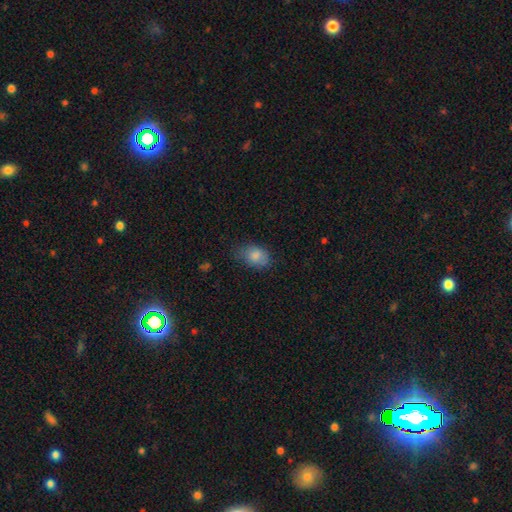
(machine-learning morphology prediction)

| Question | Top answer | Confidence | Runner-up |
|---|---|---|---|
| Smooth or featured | smooth | 83% | featured or disk (8%) |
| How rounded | in between | 78% | round (21%) |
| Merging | none | 61% | minor disturbance (29%) |